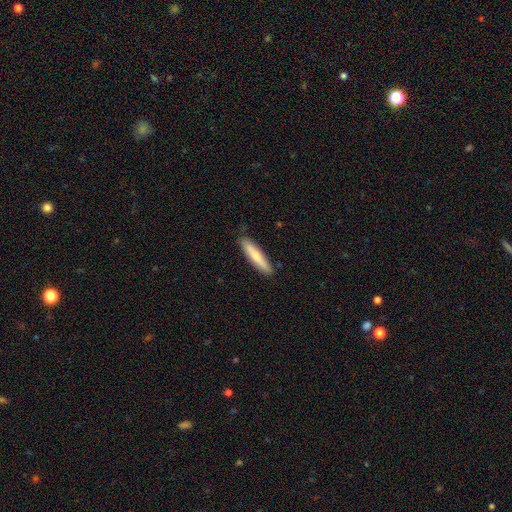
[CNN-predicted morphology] smooth_or_featured: smooth (p=0.70) [alt: featured or disk p=0.25]
how_rounded: cigar-shaped (p=0.87) [alt: in between p=0.11]
merging: none (p=0.85) [alt: minor disturbance p=0.12]